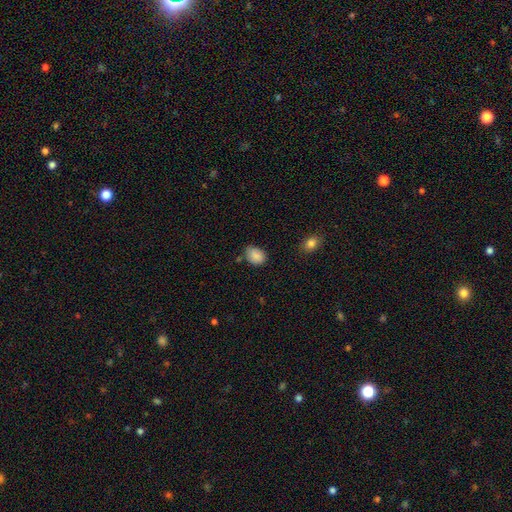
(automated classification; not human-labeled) smooth_or_featured: smooth (p=0.87) [alt: star or artifact p=0.08]
how_rounded: in between (p=0.70) [alt: round p=0.29]
merging: none (p=0.68) [alt: minor disturbance p=0.25]